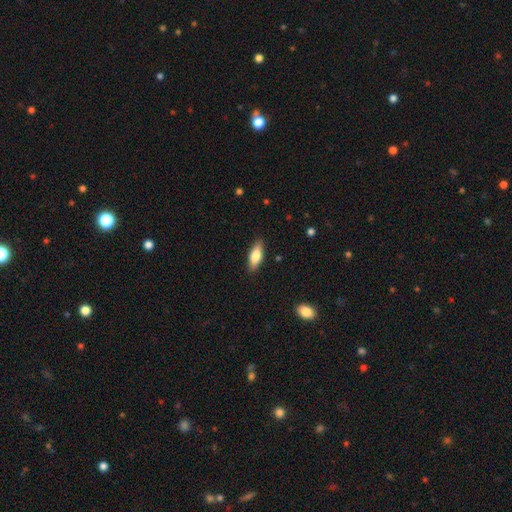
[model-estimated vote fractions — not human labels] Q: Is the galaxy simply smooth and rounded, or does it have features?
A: smooth — 71%.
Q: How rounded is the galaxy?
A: in between — 68%.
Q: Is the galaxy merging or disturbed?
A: none — 87%.